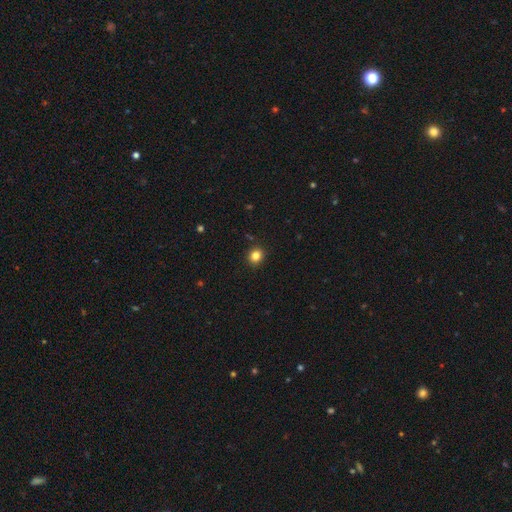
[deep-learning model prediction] This appears to be a smooth galaxy with no disk features (83%) that is round (81%). Merging: none (91%).